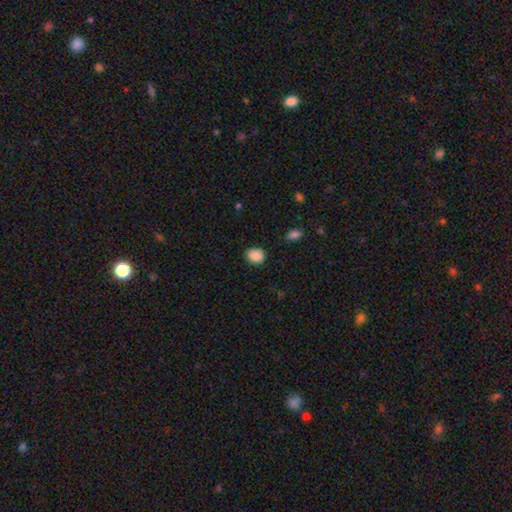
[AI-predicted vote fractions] Smooth or featured?
  - smooth: 88% *
  - star or artifact: 8%
  - featured or disk: 4%
How rounded?
  - round: 68% *
  - in between: 31%
  - cigar-shaped: 1%
Merging?
  - none: 82% *
  - minor disturbance: 14%
  - major disturbance: 3%
  - merger: 2%